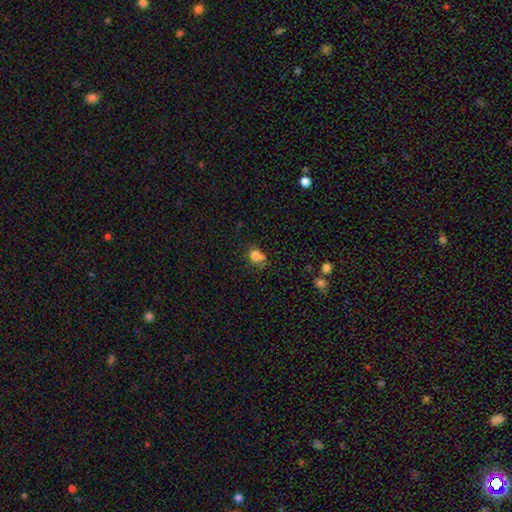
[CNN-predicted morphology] Smooth or featured? Predicted: smooth (p=0.75). How rounded? Predicted: round (p=0.71). Merging? Predicted: none (p=0.50).